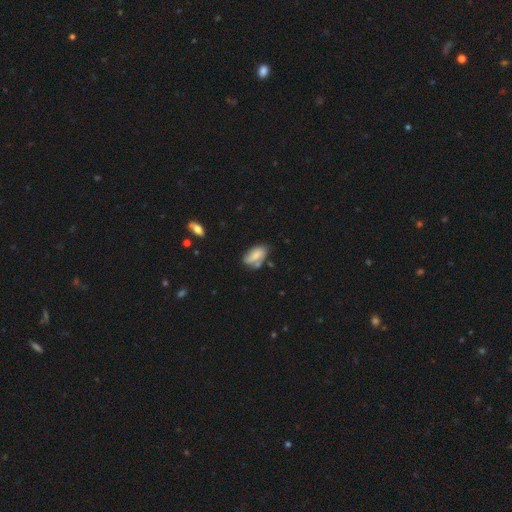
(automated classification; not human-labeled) smooth 76%, featured or disk 16%, star or artifact 8%. Down the decision tree: how rounded — in between (89%); merging — none (53%).